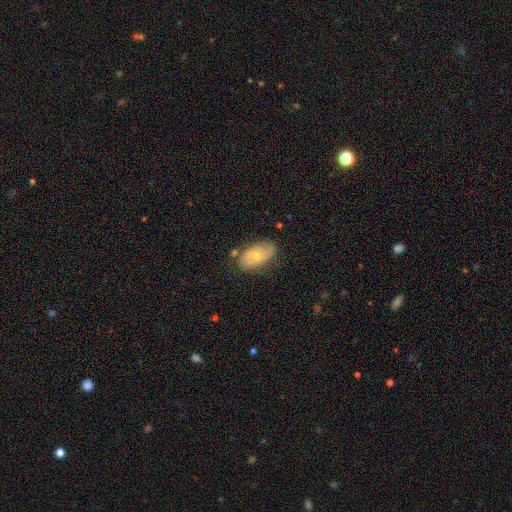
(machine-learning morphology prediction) type=featured or disk (50%); merging=none (61%).